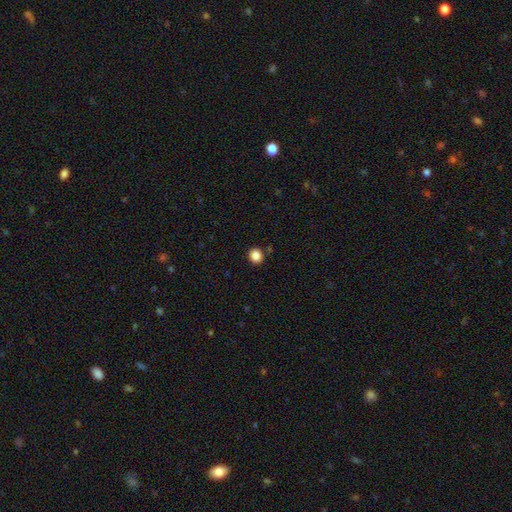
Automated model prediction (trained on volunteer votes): Smooth or featured? smooth (86%)
How rounded? round (82%)
Merging? none (89%)